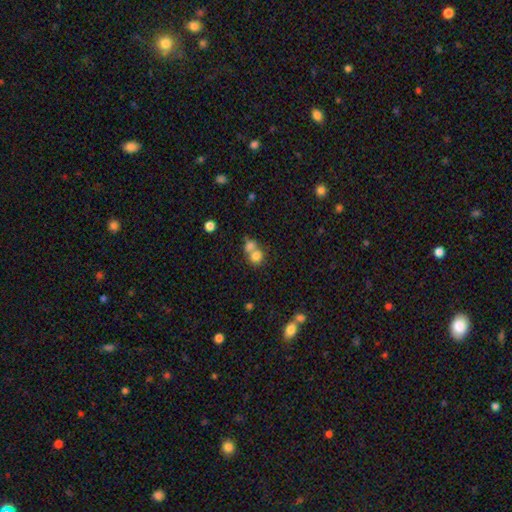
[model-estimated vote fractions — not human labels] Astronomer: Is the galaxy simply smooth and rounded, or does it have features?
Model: smooth — 76%.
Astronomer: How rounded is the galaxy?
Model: round — 76%.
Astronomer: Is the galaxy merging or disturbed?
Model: merger — 57% (runner-up: none, 34%).